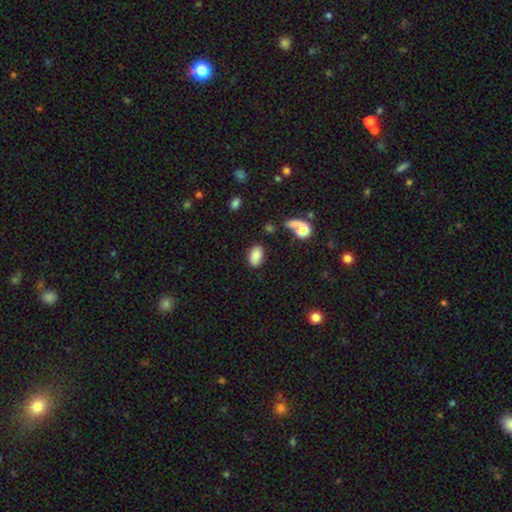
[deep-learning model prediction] This is clearly a smooth galaxy (84%). How rounded: clearly in between (89%). Merging: clearly none (81%).